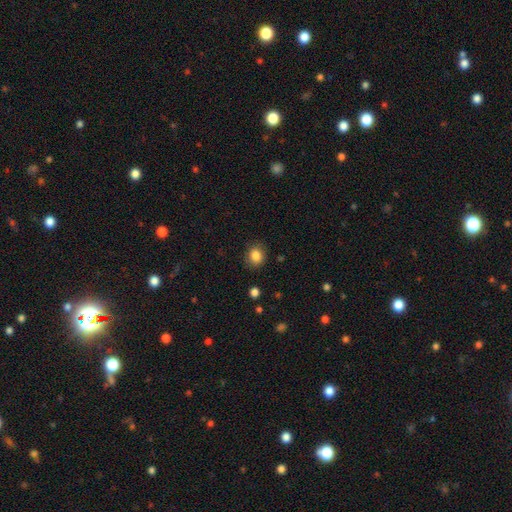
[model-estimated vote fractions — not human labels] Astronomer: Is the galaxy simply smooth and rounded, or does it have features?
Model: smooth — 85%.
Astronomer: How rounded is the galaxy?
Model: round — 68%.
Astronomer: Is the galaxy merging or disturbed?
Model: none — 85%.